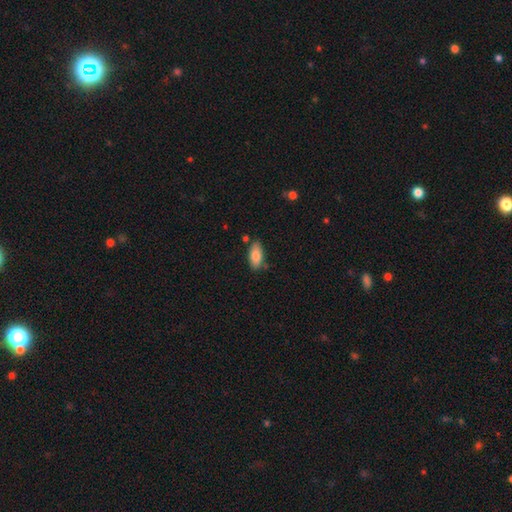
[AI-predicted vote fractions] A smooth galaxy with no disk features (83%) that is in between round and cigar-shaped (89%).

Vote fractions:
- Smooth or featured? smooth: 83% / featured or disk: 10% / star or artifact: 7%
- How rounded? in between: 89% / cigar-shaped: 8% / round: 2%
- Merging? none: 76% / minor disturbance: 16% / merger: 5% / major disturbance: 3%